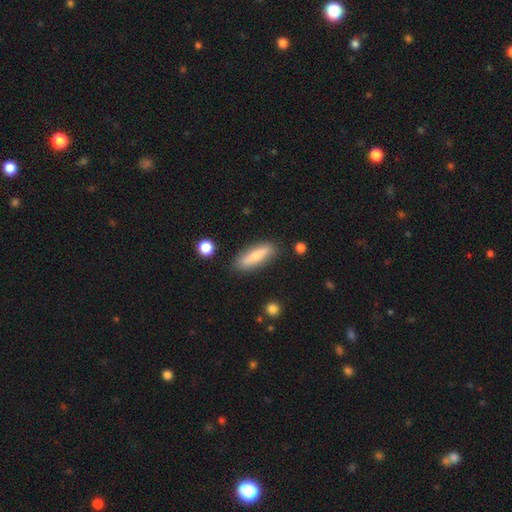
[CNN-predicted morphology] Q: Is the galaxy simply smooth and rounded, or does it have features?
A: smooth — 61%.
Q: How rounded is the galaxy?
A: cigar-shaped — 63%.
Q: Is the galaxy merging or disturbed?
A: none — 84%.